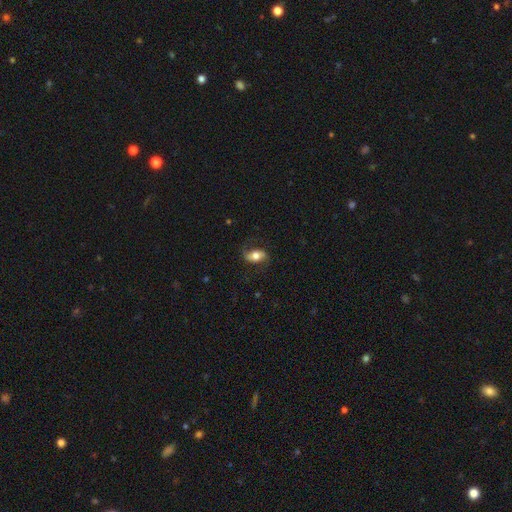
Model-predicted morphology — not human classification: Smooth or featured: smooth — 47% (featured or disk — 45%)
Merging: none — 71% (minor disturbance — 18%)